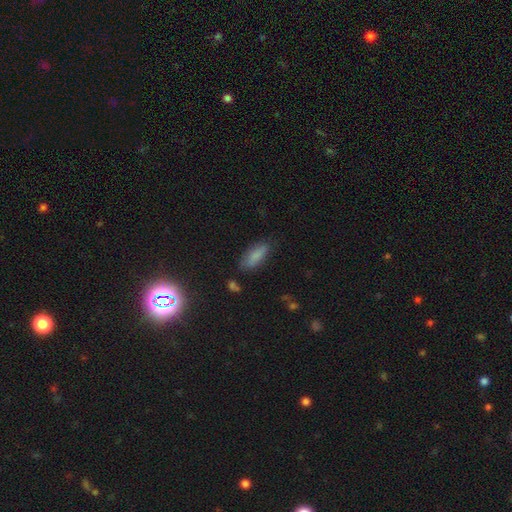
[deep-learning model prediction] Smooth or featured?
  - smooth: 83% *
  - star or artifact: 9%
  - featured or disk: 8%
How rounded?
  - in between: 66% *
  - cigar-shaped: 32%
  - round: 2%
Merging?
  - none: 76% *
  - minor disturbance: 17%
  - major disturbance: 4%
  - merger: 3%